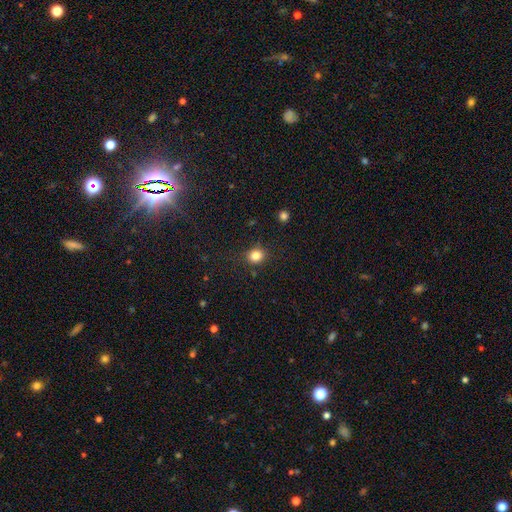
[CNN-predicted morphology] A smooth galaxy with no disk features (83%) that is round (80%). Merging: none (85%).